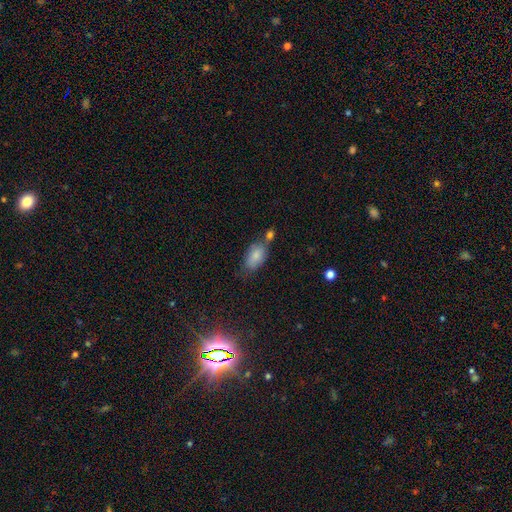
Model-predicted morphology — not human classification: Smooth or featured?
  - smooth: 82% *
  - featured or disk: 10%
  - star or artifact: 8%
How rounded?
  - in between: 91% *
  - round: 6%
  - cigar-shaped: 3%
Merging?
  - none: 50% *
  - minor disturbance: 22%
  - merger: 21%
  - major disturbance: 7%